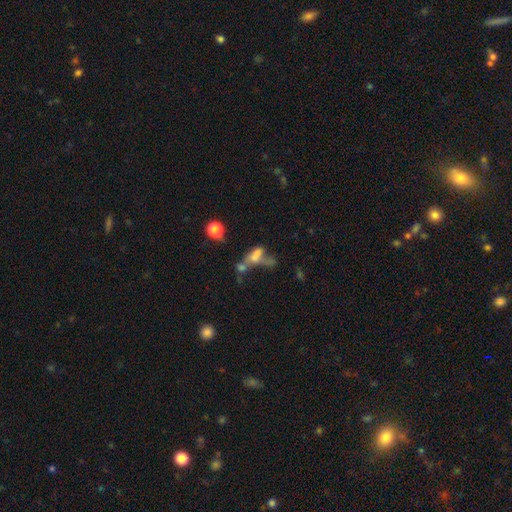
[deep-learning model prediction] A smooth galaxy with no disk features (47%).

Vote fractions:
- Smooth or featured? smooth: 47% / featured or disk: 35% / star or artifact: 19%
- Merging? merger: 52% / major disturbance: 23% / none: 16% / minor disturbance: 9%